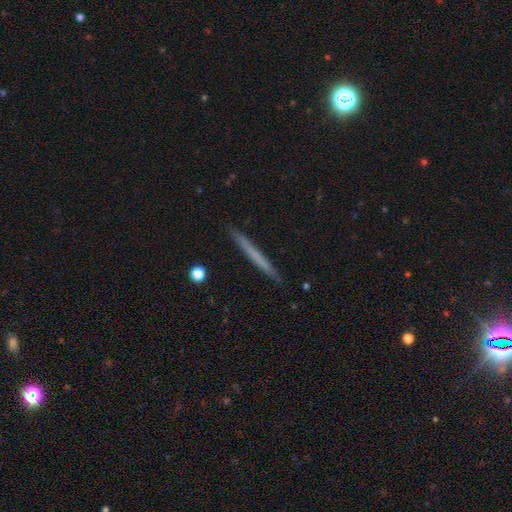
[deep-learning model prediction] smooth_or_featured: smooth (p=0.53) [alt: featured or disk p=0.41]
how_rounded: cigar-shaped (p=0.97) [alt: in between p=0.02]
merging: none (p=0.91) [alt: minor disturbance p=0.06]